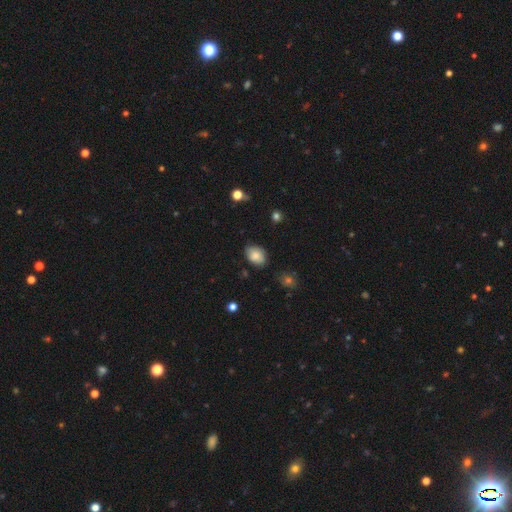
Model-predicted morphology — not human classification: smooth-or-featured: smooth: 83% | featured or disk: 9% | star or artifact: 8%
  how-rounded: in between: 76% | round: 22% | cigar-shaped: 1%
  merging: none: 79% | minor disturbance: 17% | major disturbance: 3% | merger: 2%